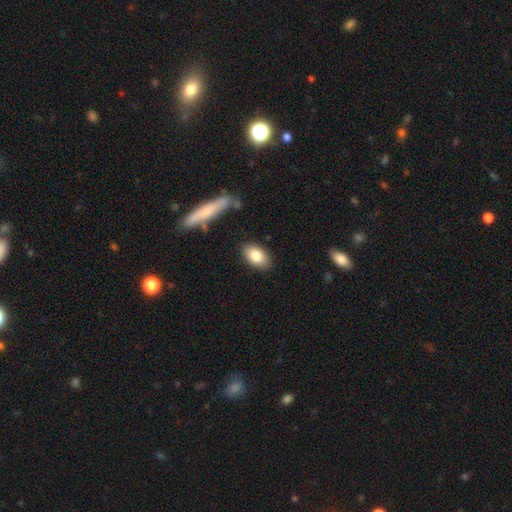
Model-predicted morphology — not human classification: The model was most divided on "smooth or featured": smooth: 82%, featured or disk: 11%, star or artifact: 7%. More confident: how rounded — in between (91%); merging — none (86%).